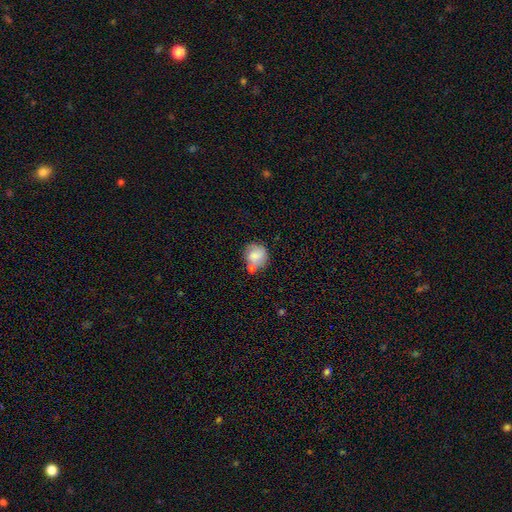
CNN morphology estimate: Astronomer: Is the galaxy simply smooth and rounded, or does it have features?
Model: smooth — 78%.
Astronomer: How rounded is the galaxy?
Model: round — 82%.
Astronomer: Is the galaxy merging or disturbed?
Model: none — 54%.